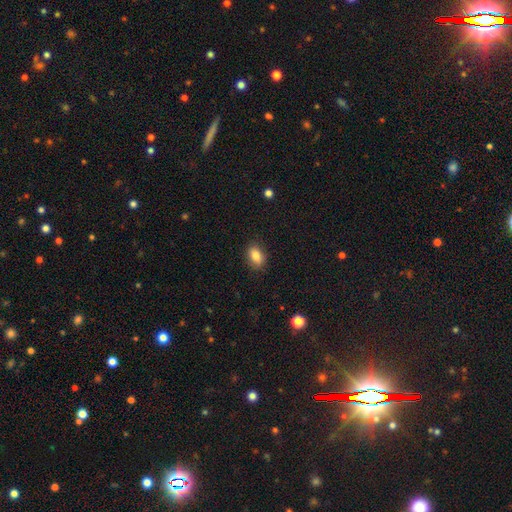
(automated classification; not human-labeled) smooth-or-featured: smooth: 84% | star or artifact: 9% | featured or disk: 8%
  how-rounded: in between: 83% | round: 14% | cigar-shaped: 3%
  merging: none: 85% | minor disturbance: 11% | major disturbance: 3% | merger: 1%